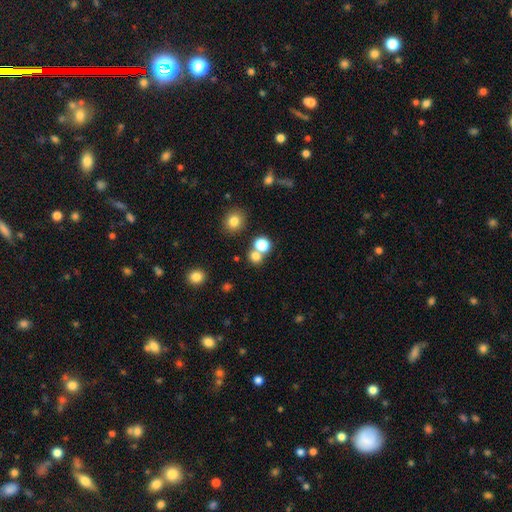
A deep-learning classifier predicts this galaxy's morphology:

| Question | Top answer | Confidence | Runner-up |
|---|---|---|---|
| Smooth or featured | smooth | 76% | star or artifact (16%) |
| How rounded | round | 83% | in between (16%) |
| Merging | none | 56% | merger (34%) |